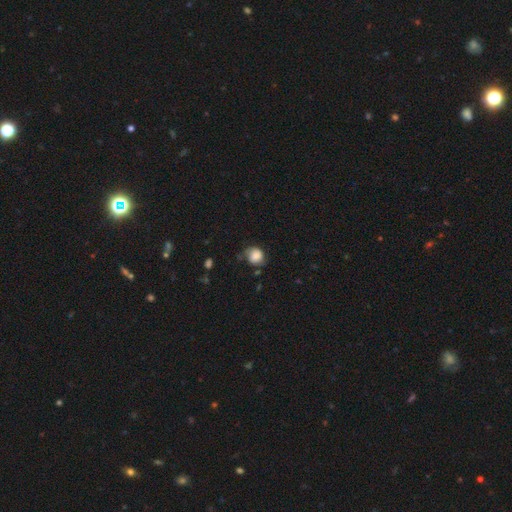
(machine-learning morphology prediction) Q: Smooth or featured?
A: smooth (76%); runner-up: featured or disk (15%)
Q: How rounded?
A: round (73%); runner-up: in between (26%)
Q: Merging?
A: none (54%); runner-up: minor disturbance (31%)